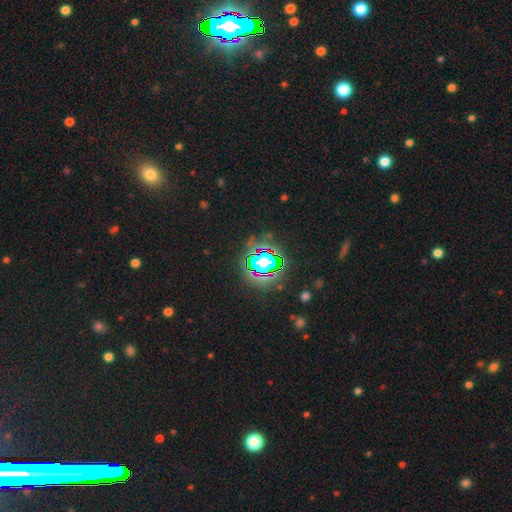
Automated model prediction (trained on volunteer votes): smooth_or_featured: star or artifact (p=0.81) [alt: smooth p=0.11]